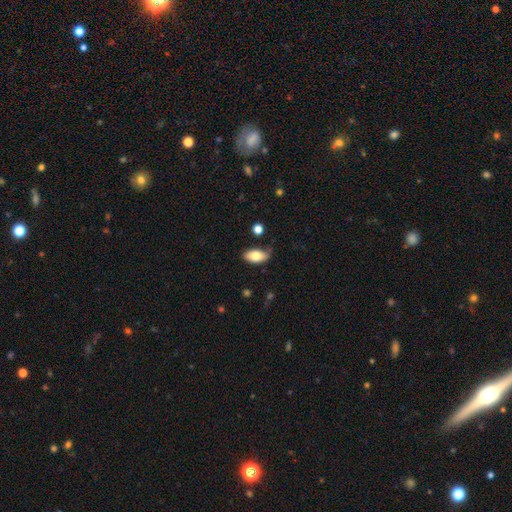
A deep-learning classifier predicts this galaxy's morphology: Q: Smooth or featured?
A: smooth (77%); runner-up: featured or disk (16%)
Q: How rounded?
A: in between (92%); runner-up: cigar-shaped (4%)
Q: Merging?
A: none (61%); runner-up: minor disturbance (28%)